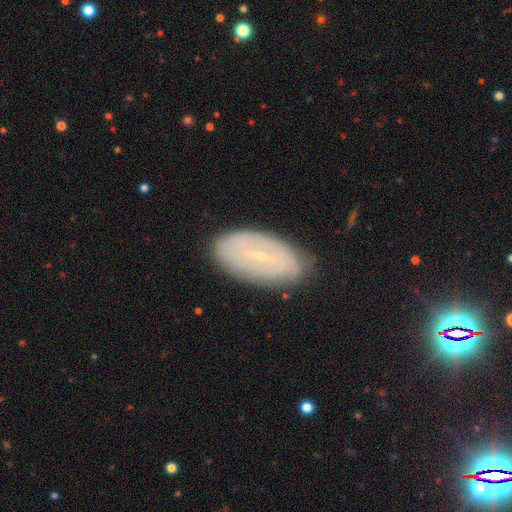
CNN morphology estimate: A featured or disk galaxy (55%). Merging: none (83%).